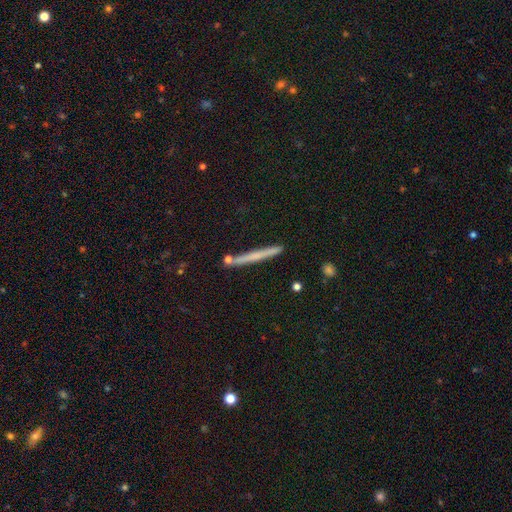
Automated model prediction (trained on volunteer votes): Smooth or featured? Predicted: smooth (p=0.51). How rounded? Predicted: cigar-shaped (p=0.96). Merging? Predicted: none (p=0.87).